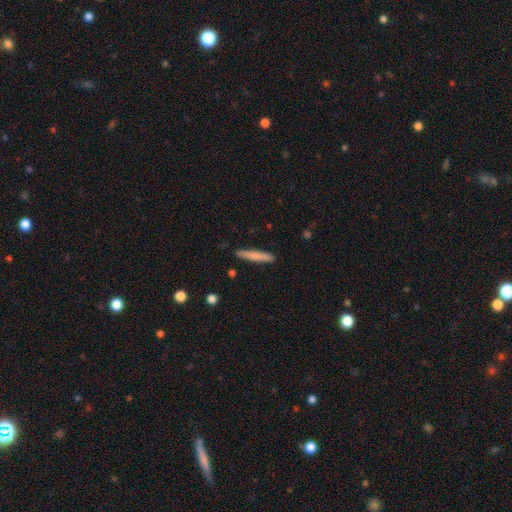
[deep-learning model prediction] Smooth or featured: smooth — 74% (featured or disk — 20%)
How rounded: cigar-shaped — 94% (in between — 5%)
Merging: none — 88% (minor disturbance — 9%)